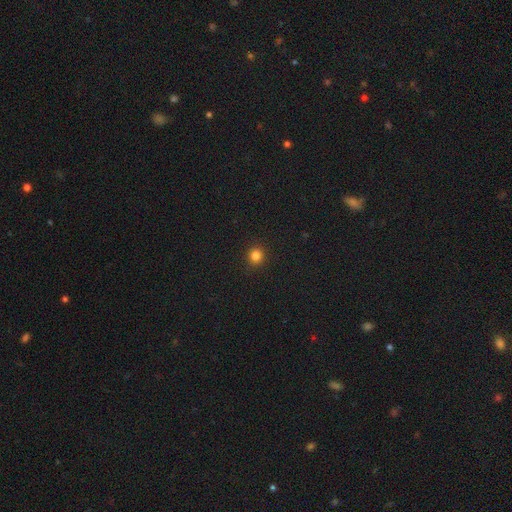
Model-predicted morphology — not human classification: smooth_or_featured: smooth (p=0.83) [alt: star or artifact p=0.14]
how_rounded: round (p=0.92) [alt: in between p=0.07]
merging: none (p=0.92) [alt: minor disturbance p=0.05]